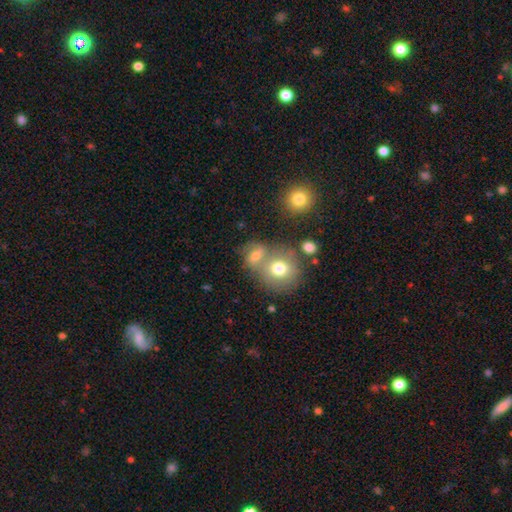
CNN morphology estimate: Q: Smooth or featured?
A: smooth (64%); runner-up: featured or disk (21%)
Q: How rounded?
A: round (64%); runner-up: in between (35%)
Q: Merging?
A: merger (44%); runner-up: none (39%)